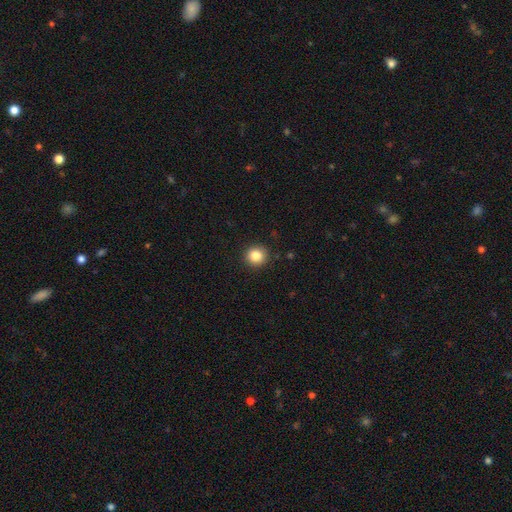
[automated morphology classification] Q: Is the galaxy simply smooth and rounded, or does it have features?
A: smooth — 84%.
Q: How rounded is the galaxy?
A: round — 93%.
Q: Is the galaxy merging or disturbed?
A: none — 91%.